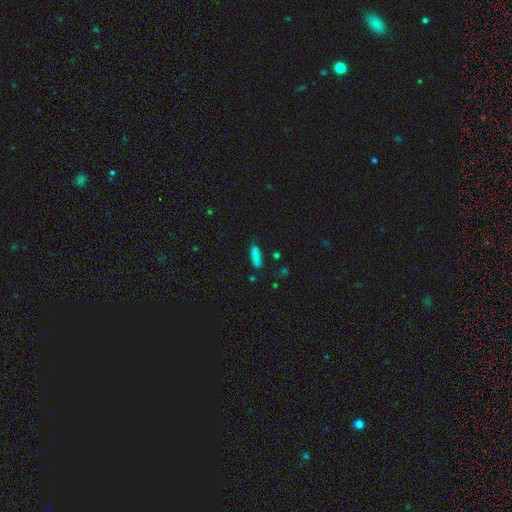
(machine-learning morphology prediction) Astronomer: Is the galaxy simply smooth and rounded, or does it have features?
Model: smooth — 83%.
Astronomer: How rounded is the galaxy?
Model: in between — 54% (runner-up: cigar-shaped, 44%).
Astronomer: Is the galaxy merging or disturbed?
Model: none — 67%.